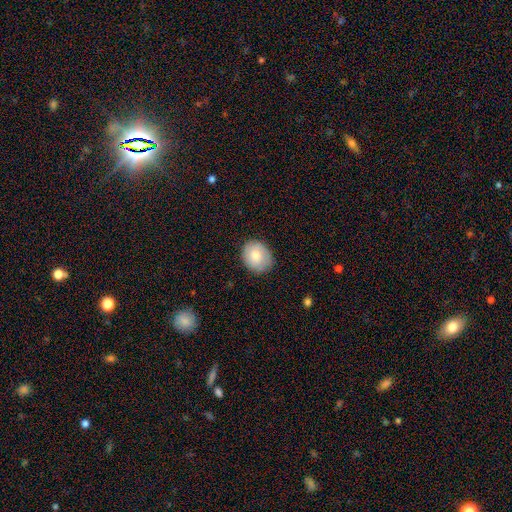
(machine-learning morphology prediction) smooth 78%, featured or disk 14%, star or artifact 7%. Down the decision tree: how rounded — round (62%); merging — none (84%).